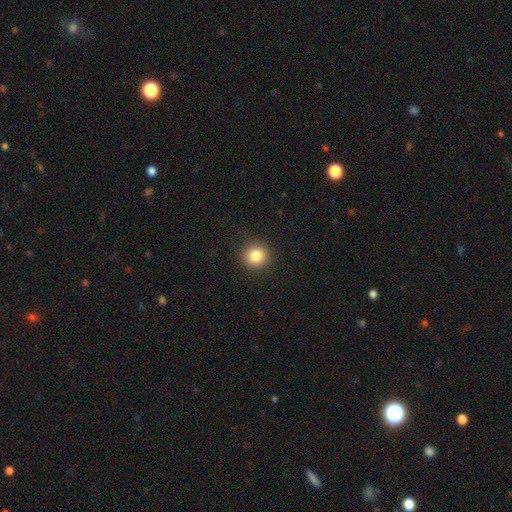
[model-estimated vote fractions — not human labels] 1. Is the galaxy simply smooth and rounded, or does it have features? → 84% smooth, 11% star or artifact, 5% featured or disk.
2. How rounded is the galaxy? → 91% round, 8% in between, 1% cigar-shaped.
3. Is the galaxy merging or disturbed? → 91% none, 6% minor disturbance, 2% major disturbance, 1% merger.